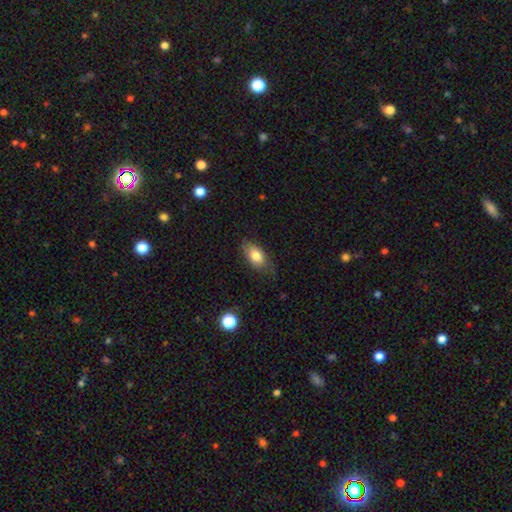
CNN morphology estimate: Smooth or featured: smooth — 78% (featured or disk — 14%)
How rounded: in between — 89% (round — 6%)
Merging: none — 72% (minor disturbance — 22%)